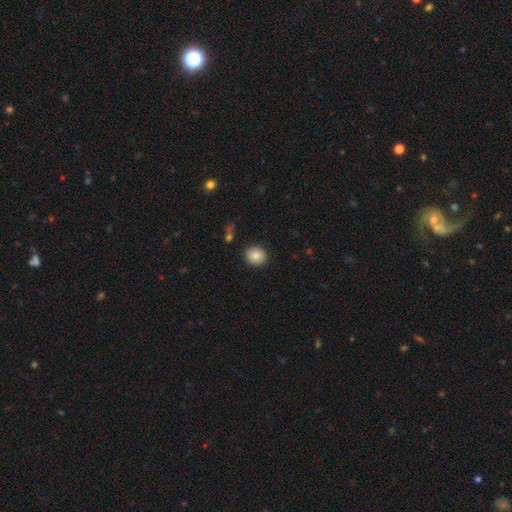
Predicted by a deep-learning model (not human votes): Overall: smooth (85%). How rounded: round (81%). Merging: none (90%).